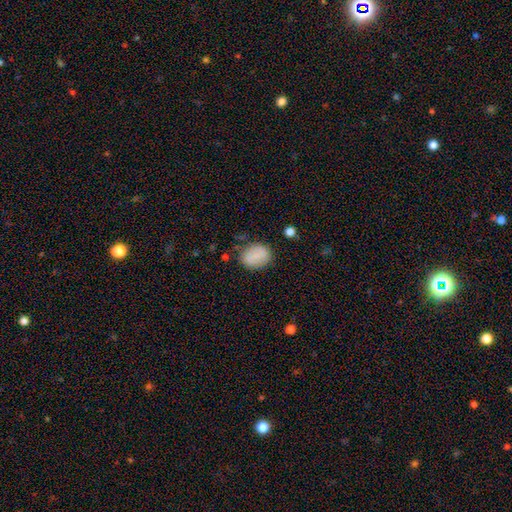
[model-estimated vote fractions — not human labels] A smooth galaxy with no disk features (78%) that is in between round and cigar-shaped (64%).

Vote fractions:
- Smooth or featured? smooth: 78% / featured or disk: 14% / star or artifact: 8%
- How rounded? in between: 64% / round: 35% / cigar-shaped: 1%
- Merging? none: 79% / minor disturbance: 15% / major disturbance: 4% / merger: 3%